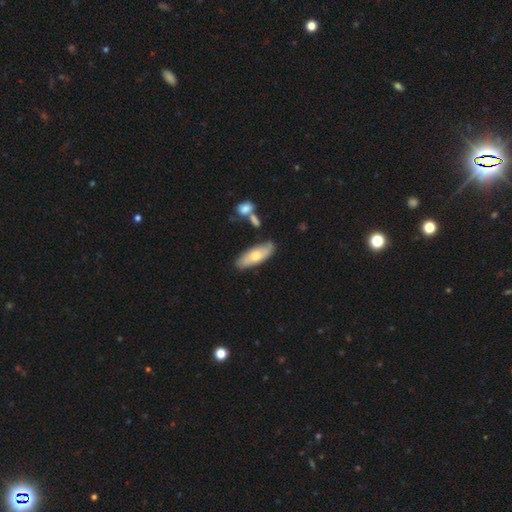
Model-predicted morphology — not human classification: Q: Smooth or featured?
A: smooth (64%); runner-up: featured or disk (31%)
Q: How rounded?
A: in between (68%); runner-up: cigar-shaped (30%)
Q: Merging?
A: none (78%); runner-up: minor disturbance (15%)